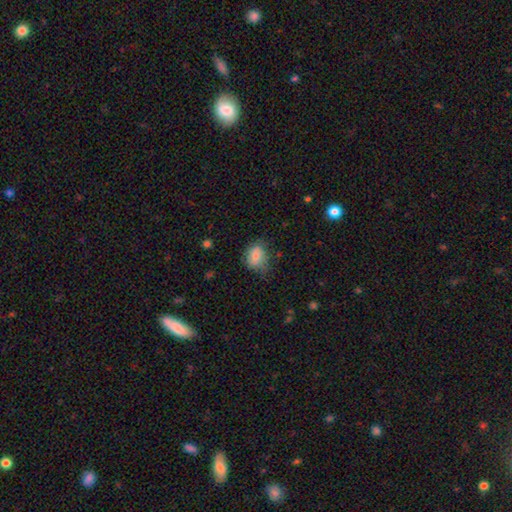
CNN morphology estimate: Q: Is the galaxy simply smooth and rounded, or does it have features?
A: smooth — 77%.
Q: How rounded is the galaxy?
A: round — 52%.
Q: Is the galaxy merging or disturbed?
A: none — 56%.